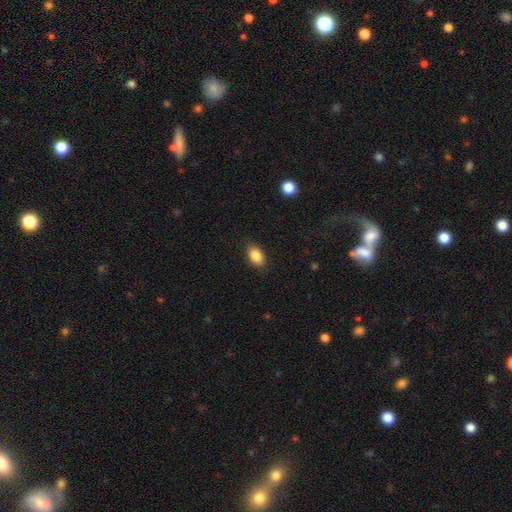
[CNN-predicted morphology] type=smooth (87%); roundness=in between (87%); merging=none (86%).